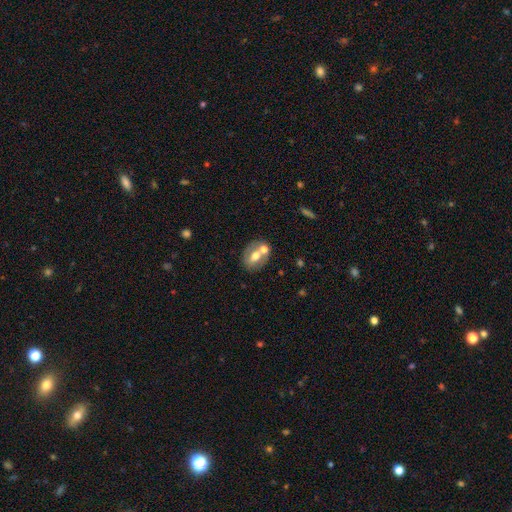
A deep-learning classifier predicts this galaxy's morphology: Smooth or featured? smooth (54%)
How rounded? in between (68%)
Merging? none (52%)